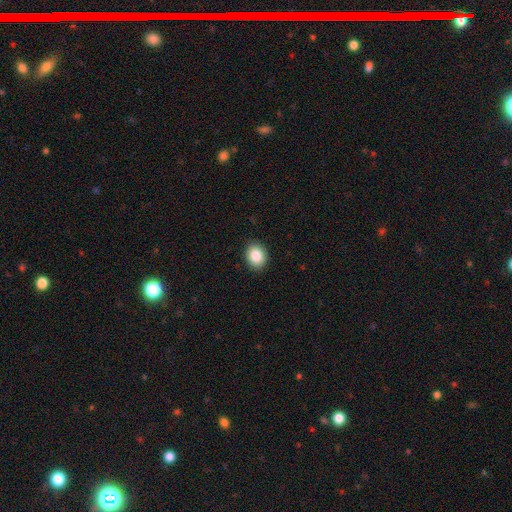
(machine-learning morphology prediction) A smooth galaxy with no disk features (86%) that is round (52%). Merging: none (90%).